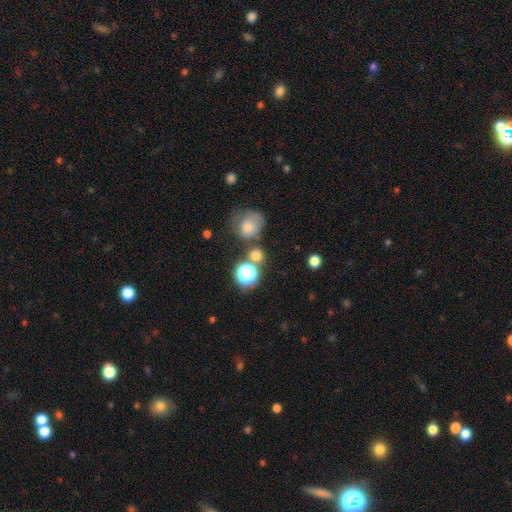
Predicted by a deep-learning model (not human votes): A smooth galaxy with no disk features (69%) that is round (80%). Merging: none (61%).